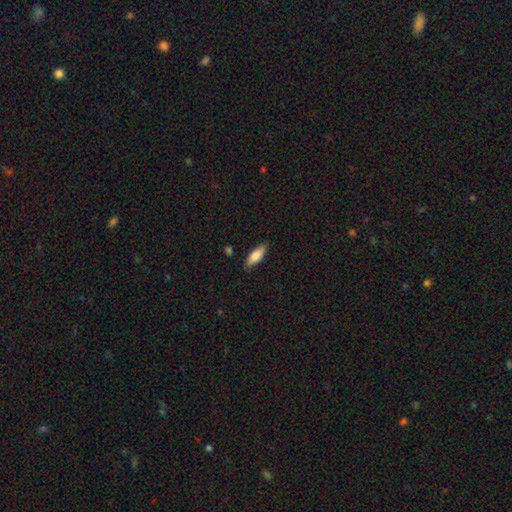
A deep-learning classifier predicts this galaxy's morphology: Smooth or featured? Predicted: smooth (p=0.83). How rounded? Predicted: in between (p=0.64). Merging? Predicted: none (p=0.82).